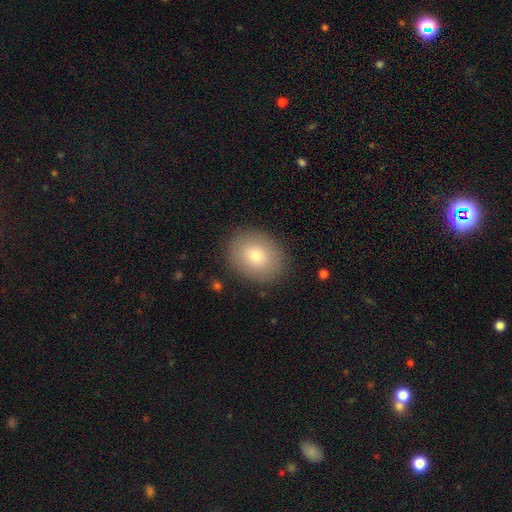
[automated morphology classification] This is likely a smooth galaxy (77%). How rounded: possibly round (51%). Merging: clearly none (87%).